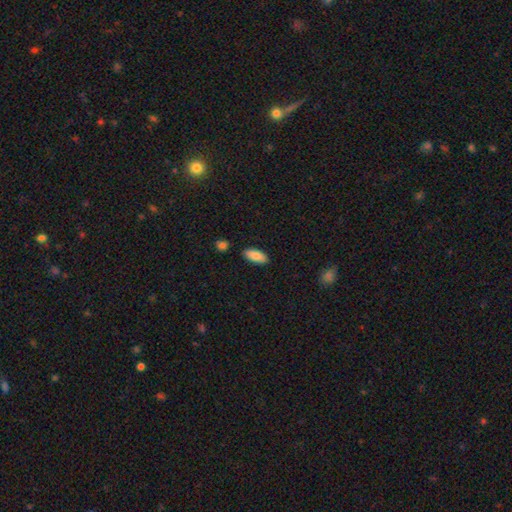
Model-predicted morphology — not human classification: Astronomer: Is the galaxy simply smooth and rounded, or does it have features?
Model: smooth — 86%.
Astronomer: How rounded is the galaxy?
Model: in between — 83%.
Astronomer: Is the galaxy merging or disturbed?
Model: none — 86%.